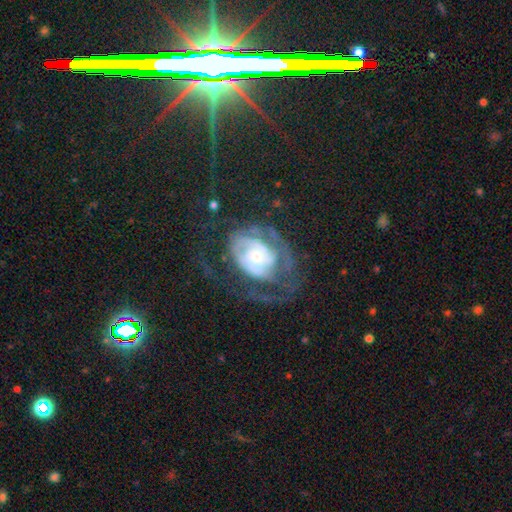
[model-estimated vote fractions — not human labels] smooth_or_featured: featured or disk (p=0.79) [alt: smooth p=0.15]
disk_edge_on: no (p=0.97) [alt: yes p=0.03]
bar: no (p=0.71) [alt: weak p=0.24]
has_spiral_arms: yes (p=0.83) [alt: no p=0.17]
spiral_winding: tight (p=0.46) [alt: medium p=0.36]
spiral_arm_count: can't tell (p=0.38) [alt: 2 p=0.31]
bulge_size: small (p=0.59) [alt: moderate p=0.30]
merging: major disturbance (p=0.40) [alt: none p=0.38]